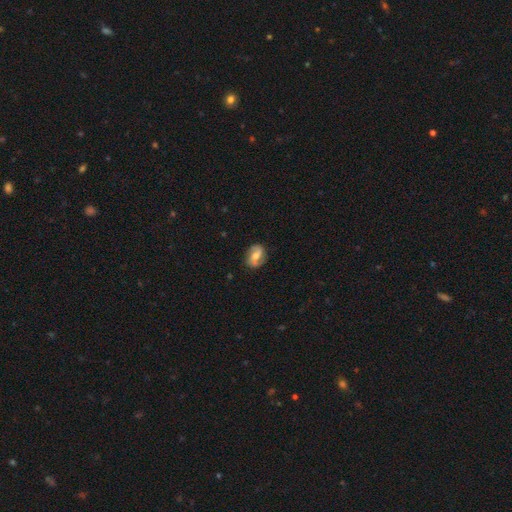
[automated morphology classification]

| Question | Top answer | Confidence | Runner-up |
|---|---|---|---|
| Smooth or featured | featured or disk | 65% | smooth (28%) |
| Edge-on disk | no | 97% | yes (3%) |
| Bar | weak | 43% | no (38%) |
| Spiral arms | yes | 89% | no (11%) |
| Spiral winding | medium | 41% | loose (38%) |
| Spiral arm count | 2 | 89% | can't tell (5%) |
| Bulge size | moderate | 64% | small (27%) |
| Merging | none | 81% | minor disturbance (14%) |